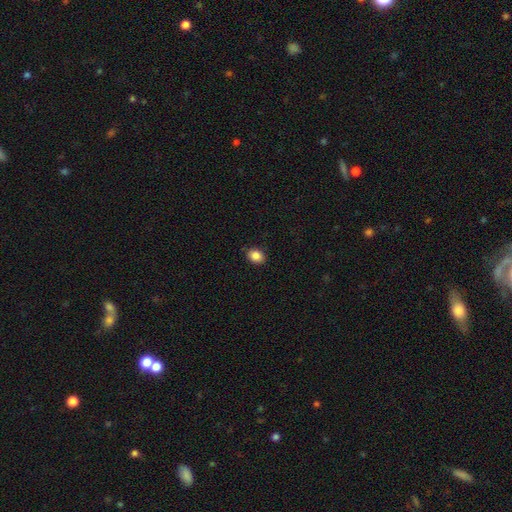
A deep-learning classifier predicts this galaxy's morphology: smooth_or_featured: smooth (p=0.86) [alt: star or artifact p=0.09]
how_rounded: in between (p=0.61) [alt: round p=0.38]
merging: none (p=0.86) [alt: minor disturbance p=0.10]